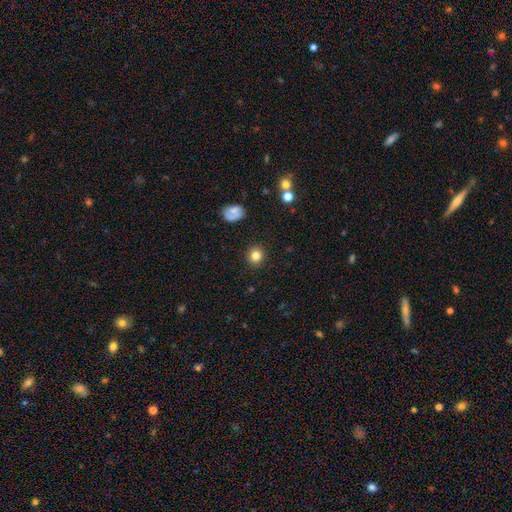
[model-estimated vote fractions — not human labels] A smooth galaxy with no disk features (82%) that is round (86%).

Vote fractions:
- Smooth or featured? smooth: 82% / star or artifact: 11% / featured or disk: 6%
- How rounded? round: 86% / in between: 13% / cigar-shaped: 1%
- Merging? none: 90% / minor disturbance: 6% / major disturbance: 2% / merger: 1%